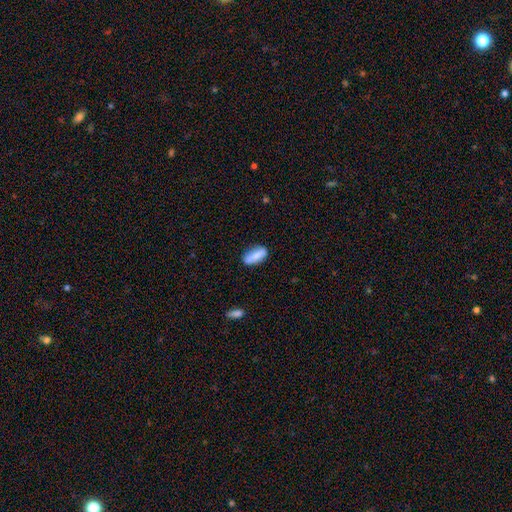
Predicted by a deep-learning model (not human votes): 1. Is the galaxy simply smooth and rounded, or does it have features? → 78% smooth, 15% featured or disk, 7% star or artifact.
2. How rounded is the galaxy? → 82% in between, 15% cigar-shaped, 3% round.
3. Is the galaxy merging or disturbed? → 77% none, 17% minor disturbance, 3% major disturbance, 3% merger.